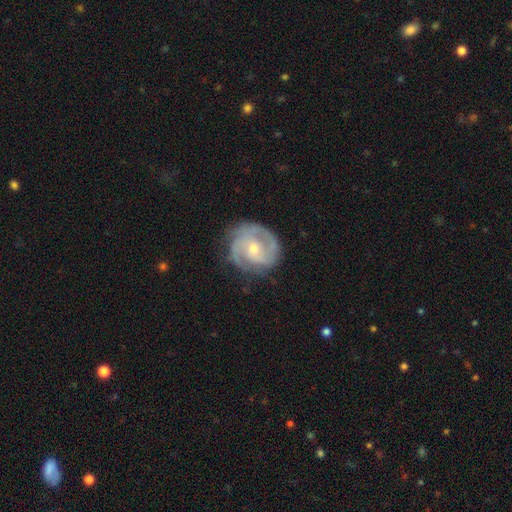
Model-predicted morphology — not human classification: smooth_or_featured: featured or disk (p=0.87) [alt: smooth p=0.08]
disk_edge_on: no (p=0.98) [alt: yes p=0.02]
bar: no (p=0.60) [alt: weak p=0.32]
has_spiral_arms: yes (p=0.96) [alt: no p=0.04]
spiral_winding: tight (p=0.53) [alt: medium p=0.39]
spiral_arm_count: 2 (p=0.43) [alt: 3 p=0.30]
bulge_size: small (p=0.56) [alt: moderate p=0.41]
merging: none (p=0.73) [alt: minor disturbance p=0.19]